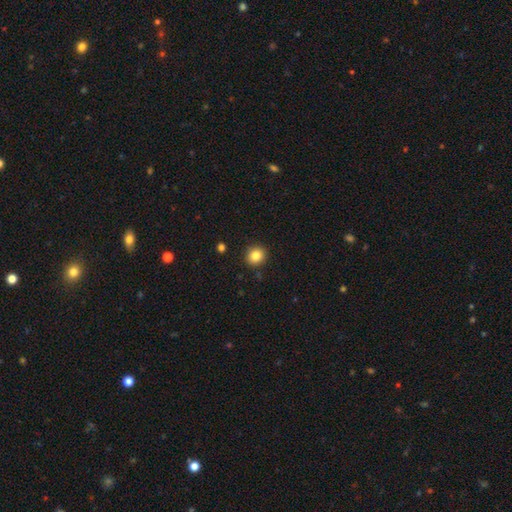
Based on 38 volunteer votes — Smooth or featured?
  - smooth: 82% *
  - featured or disk: 16%
  - star or artifact: 3%
How rounded?
  - round: 90% *
  - in between: 10%
  - cigar-shaped: 0%
Merging?
  - none: 95% *
  - major disturbance: 5%
  - minor disturbance: 0%
  - merger: 0%